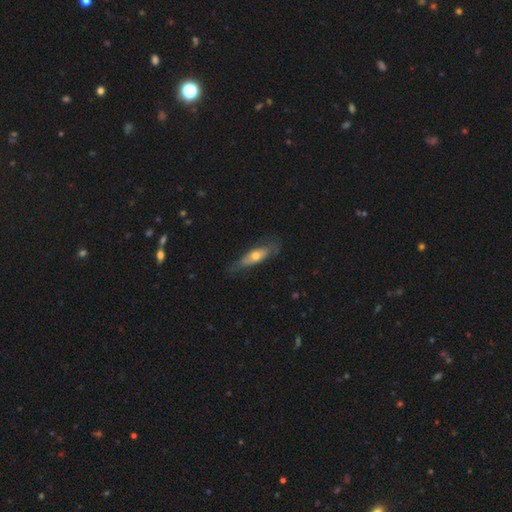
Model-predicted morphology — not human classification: A smooth galaxy with no disk features (49%). Merging: none (69%).